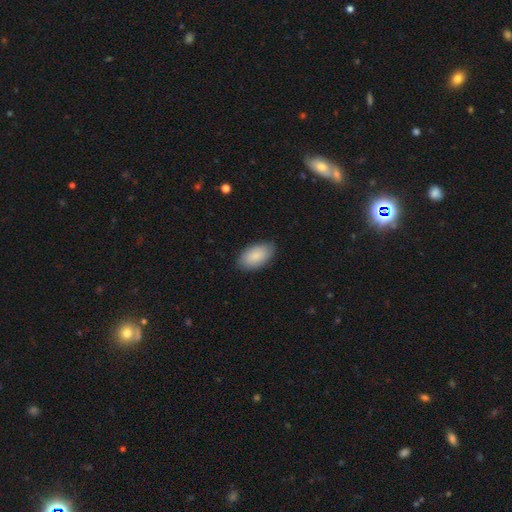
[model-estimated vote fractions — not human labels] The model was most divided on "merging": none: 85%, minor disturbance: 12%, major disturbance: 2%, merger: 1%. More confident: how rounded — in between (95%); smooth or featured — smooth (87%).